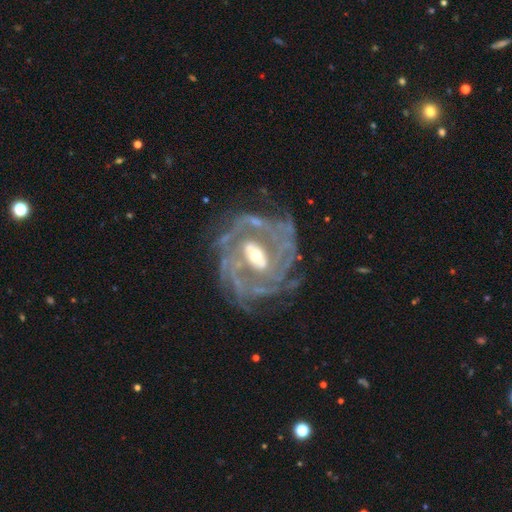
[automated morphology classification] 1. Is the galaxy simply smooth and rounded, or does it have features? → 89% featured or disk, 6% star or artifact, 5% smooth.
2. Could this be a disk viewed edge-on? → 97% no, 3% yes.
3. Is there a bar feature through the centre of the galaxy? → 40% no, 38% weak, 22% strong.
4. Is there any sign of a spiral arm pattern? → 92% yes, 8% no.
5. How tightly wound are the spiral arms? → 58% tight, 32% medium, 10% loose.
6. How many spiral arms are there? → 31% can't tell, 22% 2, 17% 3, 13% 4, 10% more than 4, 7% 1.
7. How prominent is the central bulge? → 50% moderate, 42% small, 5% large, 1% none, 1% dominant.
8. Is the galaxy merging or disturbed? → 59% none, 19% minor disturbance, 17% major disturbance, 5% merger.